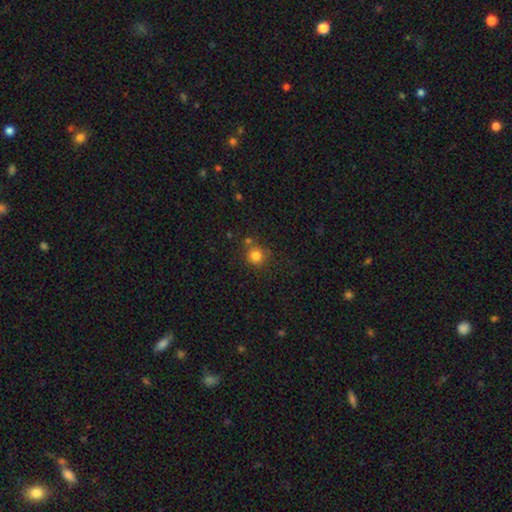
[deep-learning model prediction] Morphology: type=smooth (81%); roundness=round (92%); merging=none (76%).